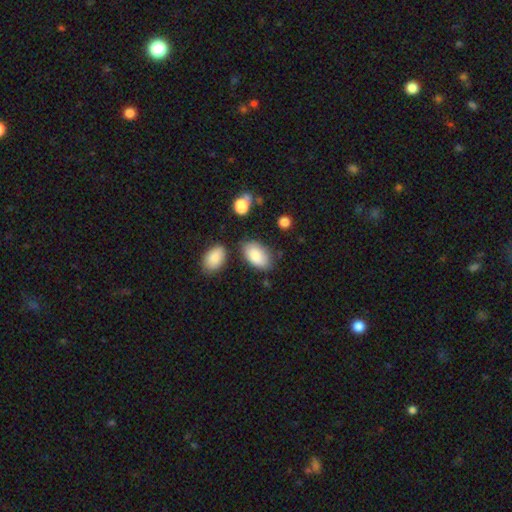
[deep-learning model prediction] Smooth or featured? Predicted: smooth (p=0.86). How rounded? Predicted: in between (p=0.94). Merging? Predicted: none (p=0.71).